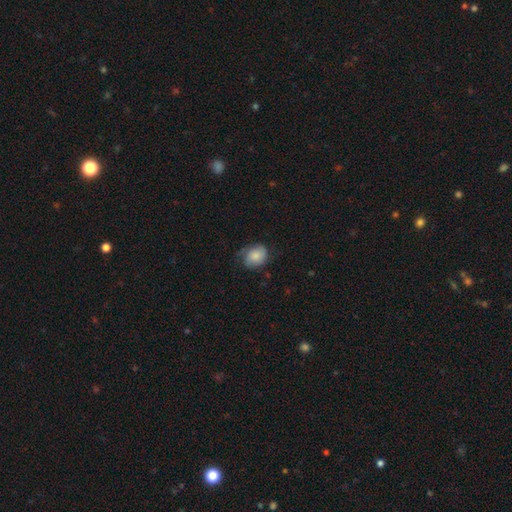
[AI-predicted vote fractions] Smooth or featured: smooth — 67% (featured or disk — 25%)
How rounded: round — 58% (in between — 41%)
Merging: none — 58% (minor disturbance — 30%)